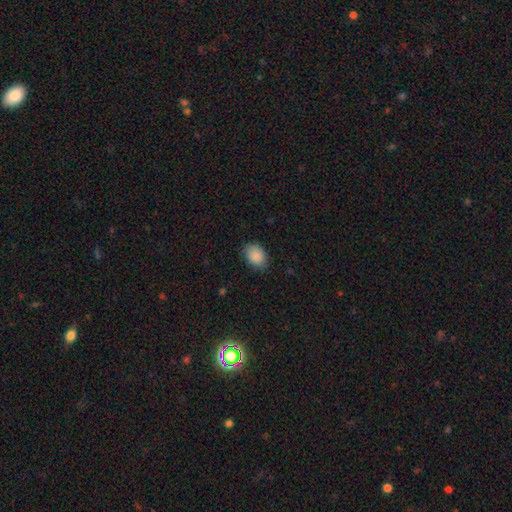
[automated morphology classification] Smooth or featured: smooth — 89% (star or artifact — 7%)
How rounded: in between — 65% (round — 34%)
Merging: none — 80% (minor disturbance — 16%)